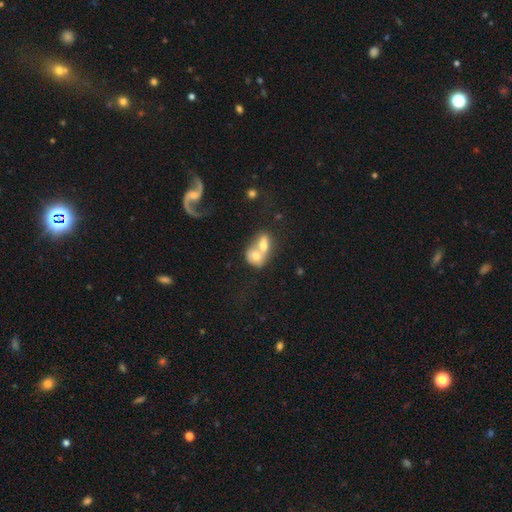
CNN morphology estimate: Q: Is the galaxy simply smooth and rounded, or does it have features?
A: smooth — 63%.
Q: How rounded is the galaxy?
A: in between — 57%.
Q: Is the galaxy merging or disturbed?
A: merger — 80%.